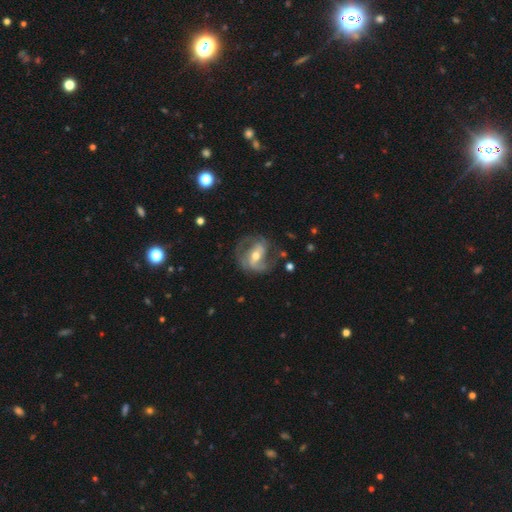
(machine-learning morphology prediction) featured or disk 83%, smooth 12%, star or artifact 6%. Down the decision tree: edge-on disk — no (97%); bar — weak (39%, tied with strong); spiral arms — yes (90%); spiral arm count — 2 (71%); spiral winding — medium (49%); bulge size — moderate (64%); merging — none (62%).